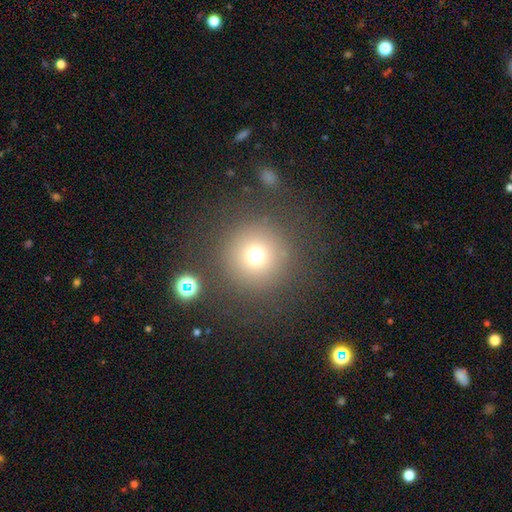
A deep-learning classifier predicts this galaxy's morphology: smooth 71%, star or artifact 20%, featured or disk 9%. Down the decision tree: how rounded — round (96%); merging — none (85%).